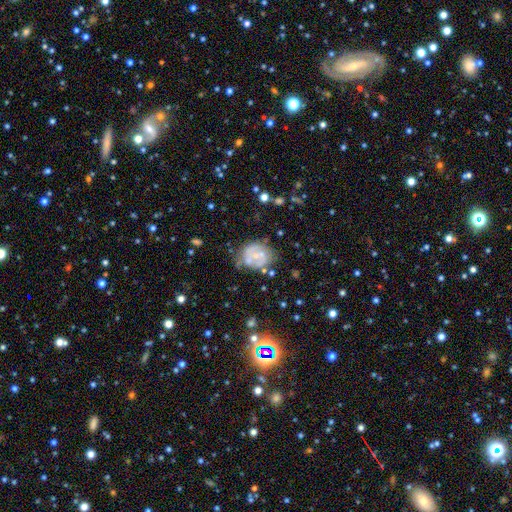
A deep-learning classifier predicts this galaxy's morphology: smooth_or_featured: featured or disk (p=0.60) [alt: smooth p=0.31]
disk_edge_on: no (p=0.98) [alt: yes p=0.02]
bar: no (p=0.63) [alt: weak p=0.29]
has_spiral_arms: yes (p=0.54) [alt: no p=0.46]
bulge_size: small (p=0.55) [alt: moderate p=0.27]
merging: none (p=0.51) [alt: minor disturbance p=0.26]